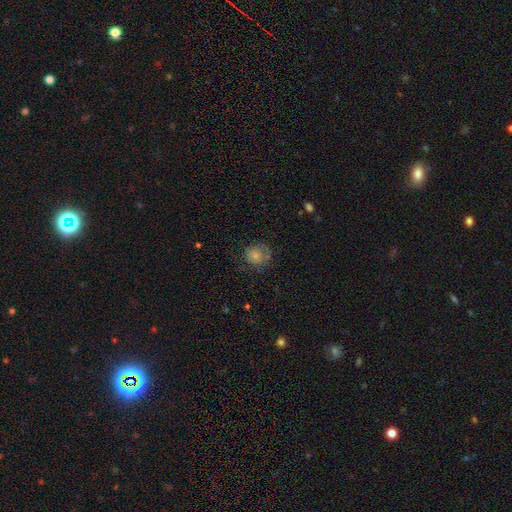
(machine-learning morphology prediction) smooth_or_featured: smooth (p=0.69) [alt: featured or disk p=0.21]
how_rounded: round (p=0.83) [alt: in between p=0.16]
merging: none (p=0.60) [alt: minor disturbance p=0.24]